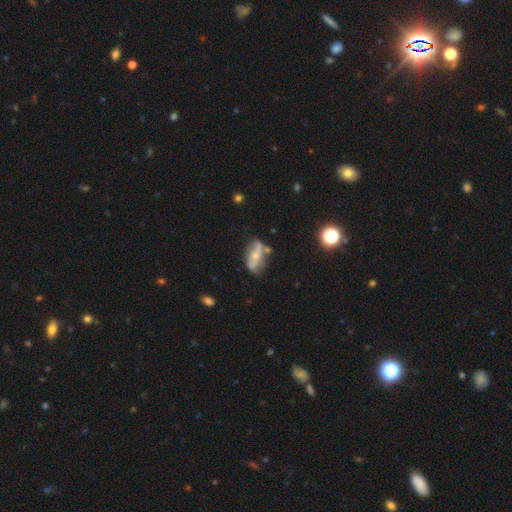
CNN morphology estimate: Smooth or featured? featured or disk (59%)
Edge-on disk? no (71%)
Merging? none (52%)